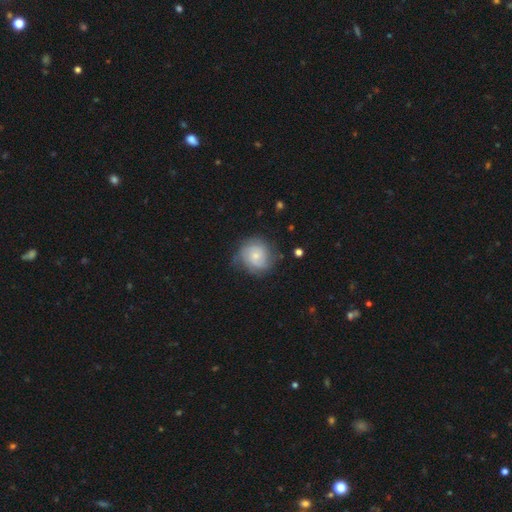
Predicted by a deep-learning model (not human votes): Smooth or featured?
  - featured or disk: 49% *
  - smooth: 43%
  - star or artifact: 7%
Merging?
  - none: 68% *
  - minor disturbance: 22%
  - major disturbance: 9%
  - merger: 2%